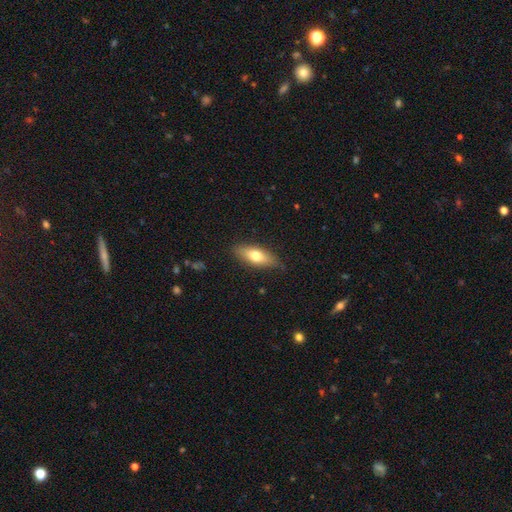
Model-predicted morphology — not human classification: smooth 69%, featured or disk 25%, star or artifact 7%. Down the decision tree: how rounded — in between (72%); merging — none (81%).